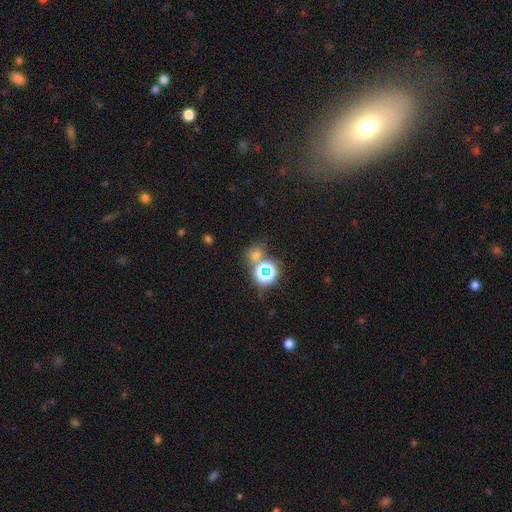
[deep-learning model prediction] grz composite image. It shows a smooth galaxy with no disk features (49%). Merging: none (60%).